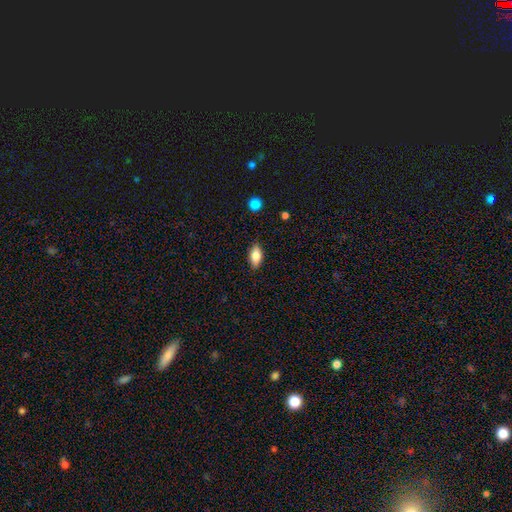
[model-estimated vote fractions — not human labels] smooth 81%, featured or disk 12%, star or artifact 7%. Down the decision tree: how rounded — in between (88%); merging — none (85%).